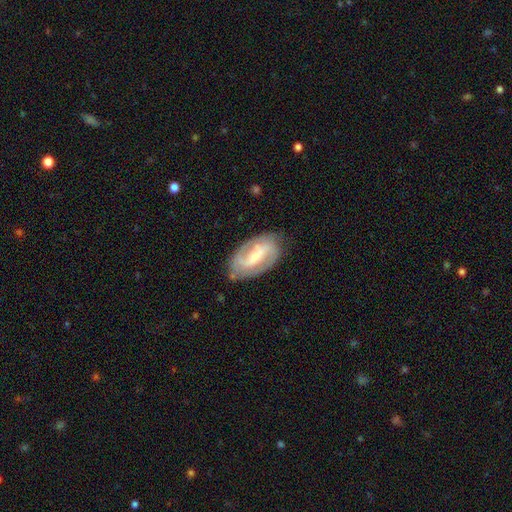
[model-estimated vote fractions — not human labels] The model was most divided on "bulge size": small: 41%, moderate: 39%, none: 10%, large: 8%, dominant: 2%. Remaining: edge-on disk — no (96%); spiral arms — yes (92%); spiral arm count — 2 (85%); smooth or featured — featured or disk (80%); merging — none (77%); spiral winding — medium (47%); bar — weak (44%).